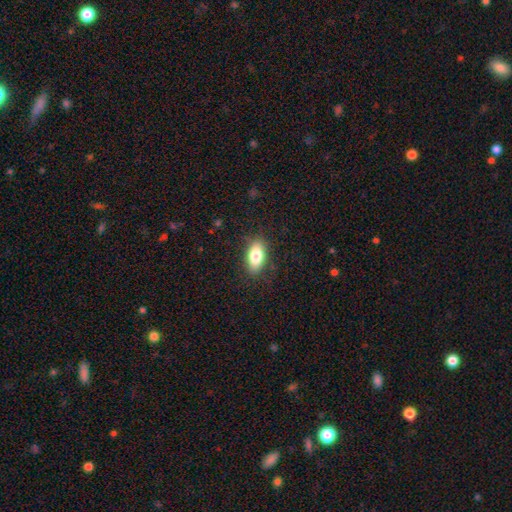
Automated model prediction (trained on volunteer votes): Morphology: type=smooth (81%); roundness=in between (86%); merging=none (85%).